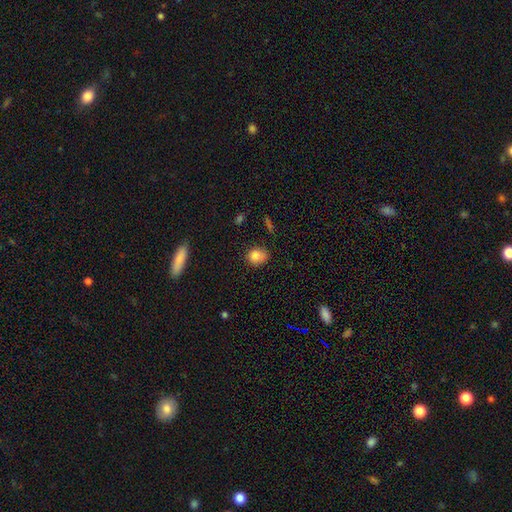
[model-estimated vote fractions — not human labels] Q: Smooth or featured?
A: smooth (84%); runner-up: star or artifact (10%)
Q: How rounded?
A: round (54%); runner-up: in between (44%)
Q: Merging?
A: none (65%); runner-up: minor disturbance (26%)